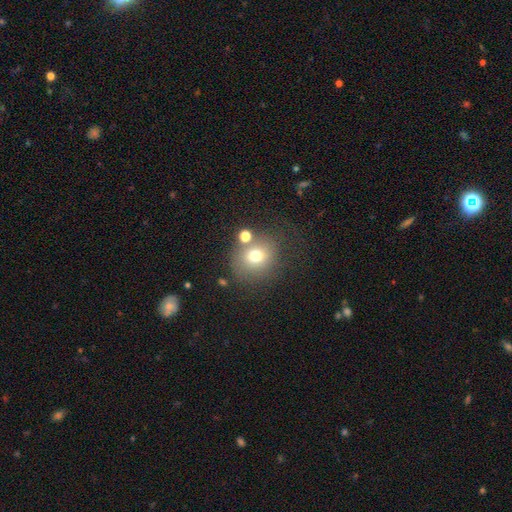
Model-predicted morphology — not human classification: smooth_or_featured: smooth (p=0.70) [alt: featured or disk p=0.15]
how_rounded: round (p=0.79) [alt: in between p=0.20]
merging: none (p=0.63) [alt: merger p=0.15]